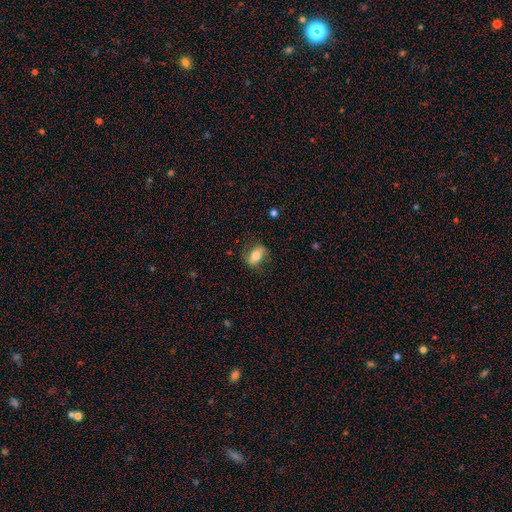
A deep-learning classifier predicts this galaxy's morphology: type=smooth (58%); roundness=in between (81%); merging=none (72%).